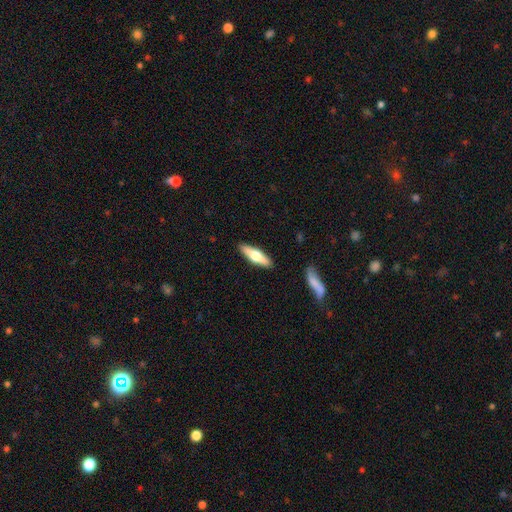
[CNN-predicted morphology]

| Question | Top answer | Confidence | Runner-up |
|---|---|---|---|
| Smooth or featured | smooth | 51% | featured or disk (43%) |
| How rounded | cigar-shaped | 58% | in between (40%) |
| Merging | none | 89% | minor disturbance (8%) |